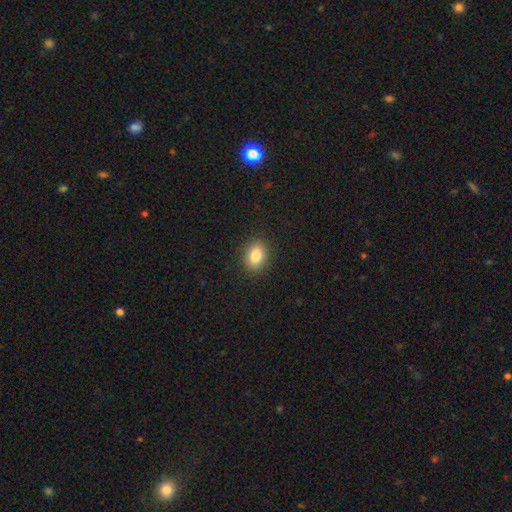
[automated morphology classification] smooth 85%, star or artifact 9%, featured or disk 6%. Down the decision tree: how rounded — in between (66%); merging — none (89%).